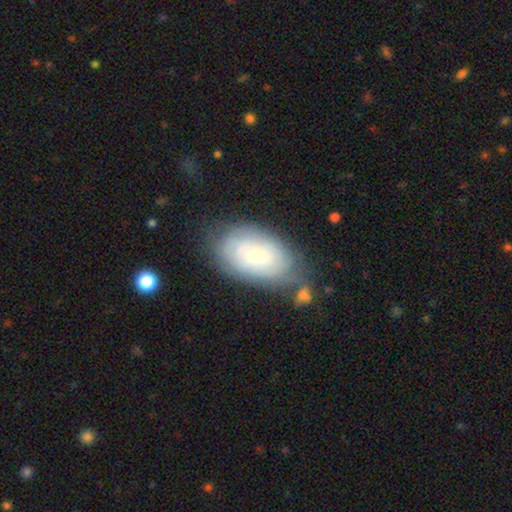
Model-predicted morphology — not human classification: This appears to be a smooth galaxy with no disk features (48%). Merging: none (57%).